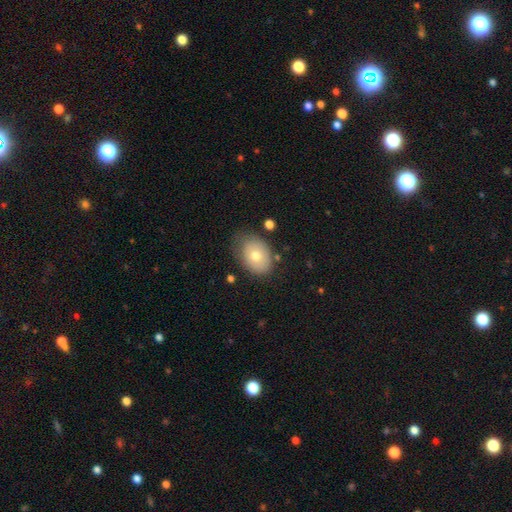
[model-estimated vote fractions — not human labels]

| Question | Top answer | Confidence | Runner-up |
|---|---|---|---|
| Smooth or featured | smooth | 70% | featured or disk (22%) |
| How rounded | in between | 73% | round (26%) |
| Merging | none | 67% | minor disturbance (24%) |